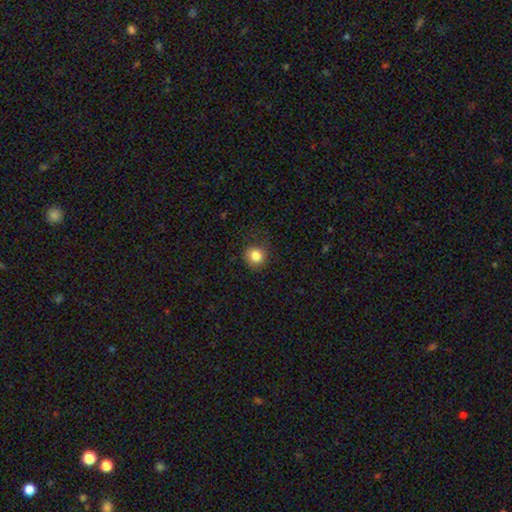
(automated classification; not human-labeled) This is clearly a smooth galaxy (83%). How rounded: clearly round (89%). Merging: clearly none (82%).